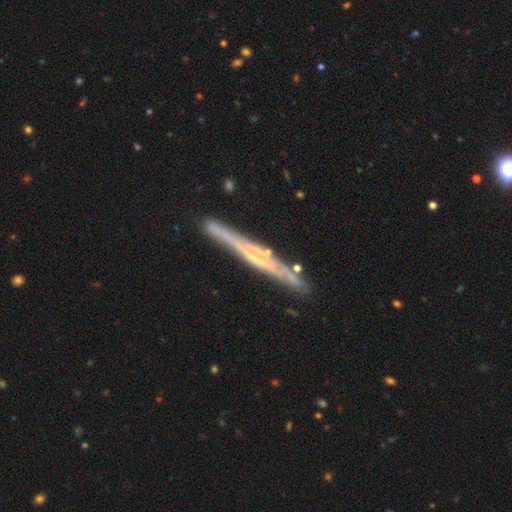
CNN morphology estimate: featured or disk 74%, smooth 20%, star or artifact 6%. Down the decision tree: edge-on disk — yes (96%); edge-on bulge — none (55%); merging — none (85%).